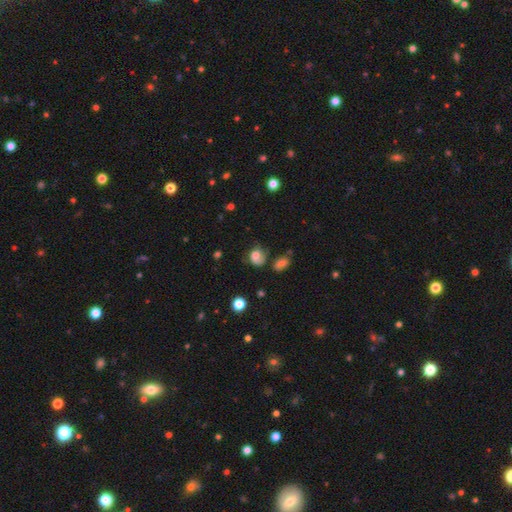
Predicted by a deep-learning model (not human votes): smooth 63%, featured or disk 25%, star or artifact 12%. Down the decision tree: how rounded — round (53%); merging — none (41%).